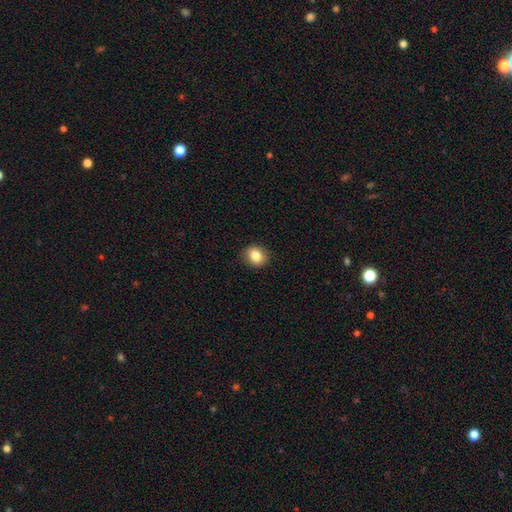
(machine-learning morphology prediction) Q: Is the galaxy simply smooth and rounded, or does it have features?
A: smooth — 83%.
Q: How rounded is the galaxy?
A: round — 67%.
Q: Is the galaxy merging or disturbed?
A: none — 87%.